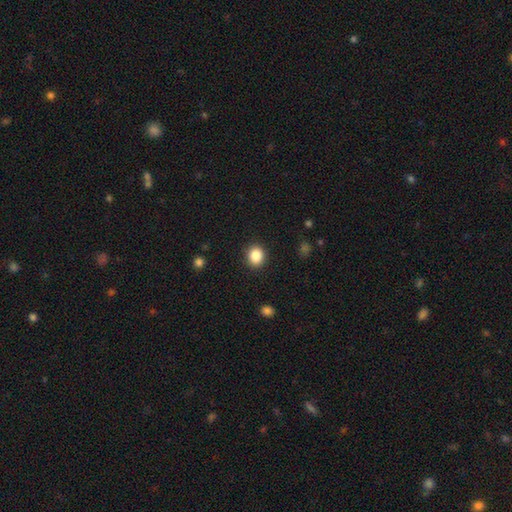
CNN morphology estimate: A smooth galaxy with no disk features (86%) that is round (74%). Merging: none (90%).